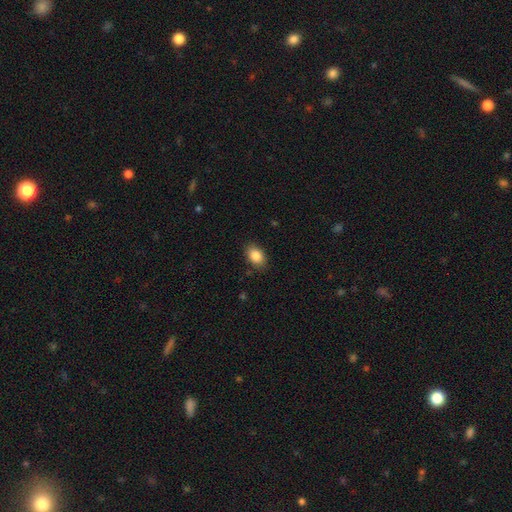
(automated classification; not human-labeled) Smooth or featured?
  - smooth: 86% *
  - star or artifact: 8%
  - featured or disk: 6%
How rounded?
  - in between: 83% *
  - round: 15%
  - cigar-shaped: 1%
Merging?
  - none: 86% *
  - minor disturbance: 11%
  - major disturbance: 3%
  - merger: 1%